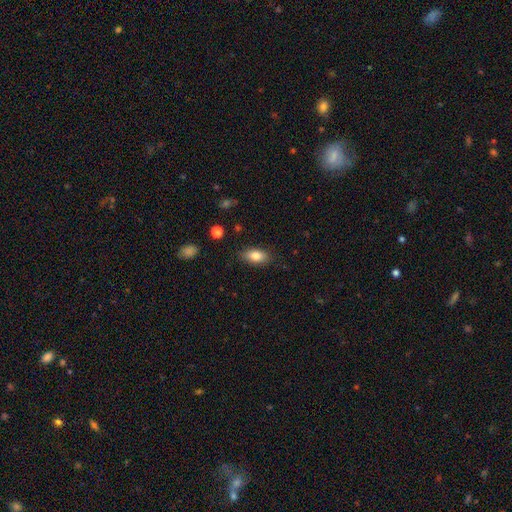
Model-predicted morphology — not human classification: Q: Smooth or featured?
A: smooth (83%); runner-up: featured or disk (9%)
Q: How rounded?
A: in between (89%); runner-up: cigar-shaped (6%)
Q: Merging?
A: none (84%); runner-up: minor disturbance (12%)